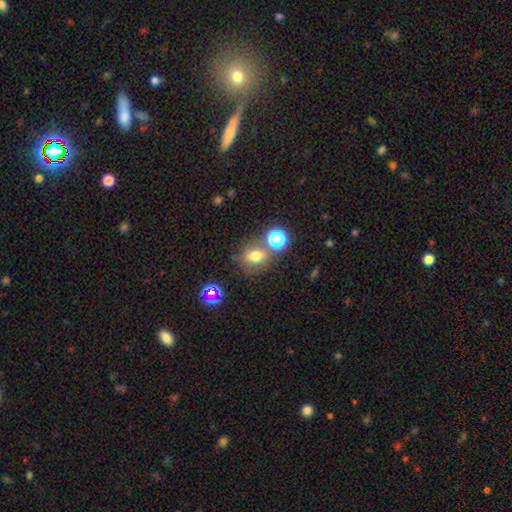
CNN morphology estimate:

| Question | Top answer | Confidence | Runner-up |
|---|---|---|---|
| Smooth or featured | smooth | 64% | star or artifact (23%) |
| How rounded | round | 55% | in between (43%) |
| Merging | none | 61% | merger (19%) |